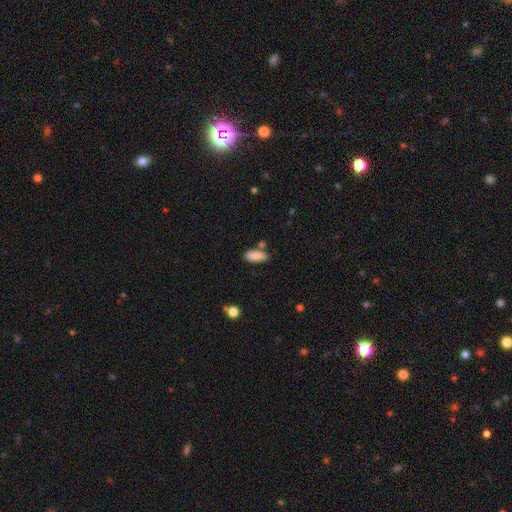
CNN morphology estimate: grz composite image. It shows a smooth galaxy with no disk features (85%) that is in between round and cigar-shaped (79%). Merging: none (71%).